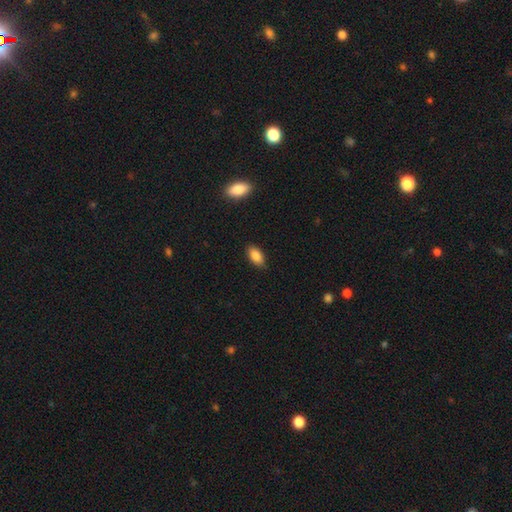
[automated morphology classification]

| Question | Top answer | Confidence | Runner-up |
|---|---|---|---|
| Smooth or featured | smooth | 86% | star or artifact (8%) |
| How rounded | in between | 92% | cigar-shaped (5%) |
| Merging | none | 86% | minor disturbance (11%) |